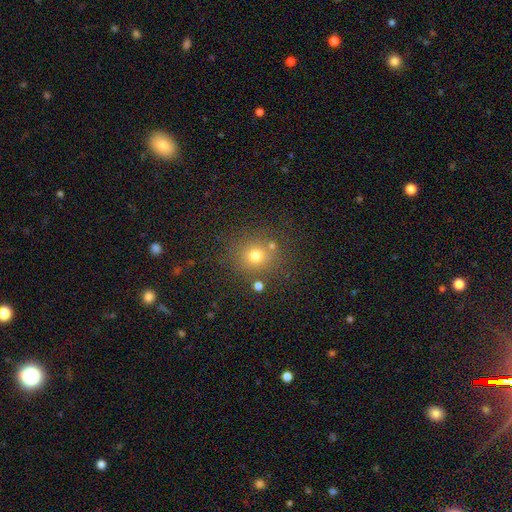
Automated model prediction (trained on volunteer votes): Q: Smooth or featured?
A: smooth (72%); runner-up: star or artifact (19%)
Q: How rounded?
A: round (87%); runner-up: in between (12%)
Q: Merging?
A: none (77%); runner-up: minor disturbance (10%)